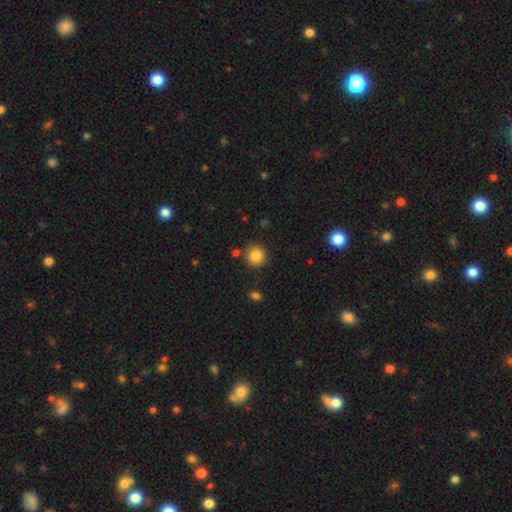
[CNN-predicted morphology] Smooth or featured? Predicted: smooth (p=0.85). How rounded? Predicted: round (p=0.91). Merging? Predicted: none (p=0.85).